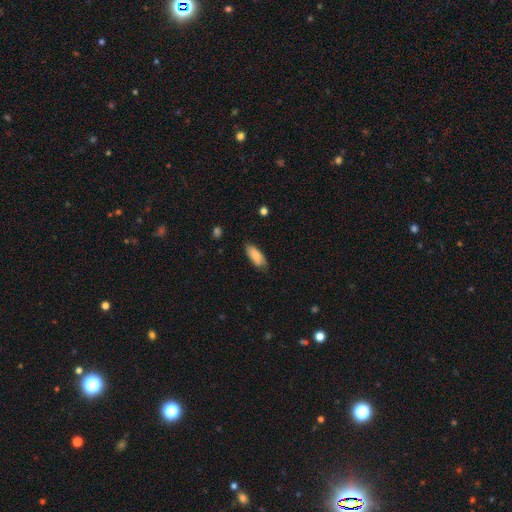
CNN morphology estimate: Q: Smooth or featured?
A: smooth (85%); runner-up: featured or disk (9%)
Q: How rounded?
A: in between (78%); runner-up: cigar-shaped (20%)
Q: Merging?
A: none (74%); runner-up: minor disturbance (21%)